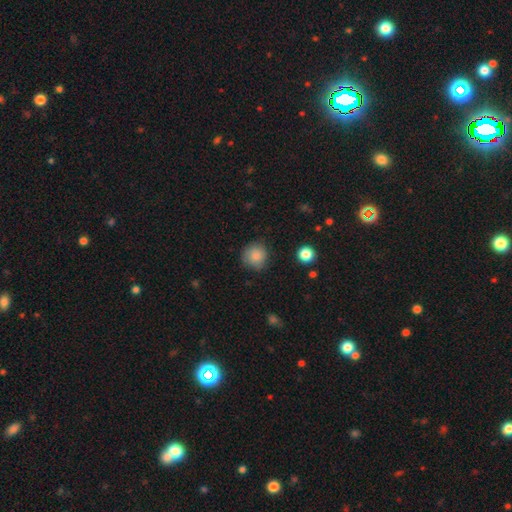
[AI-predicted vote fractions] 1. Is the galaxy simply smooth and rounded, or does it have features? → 85% smooth, 9% star or artifact, 6% featured or disk.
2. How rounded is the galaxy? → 90% round, 9% in between, 1% cigar-shaped.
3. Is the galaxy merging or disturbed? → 80% none, 15% minor disturbance, 4% major disturbance, 1% merger.